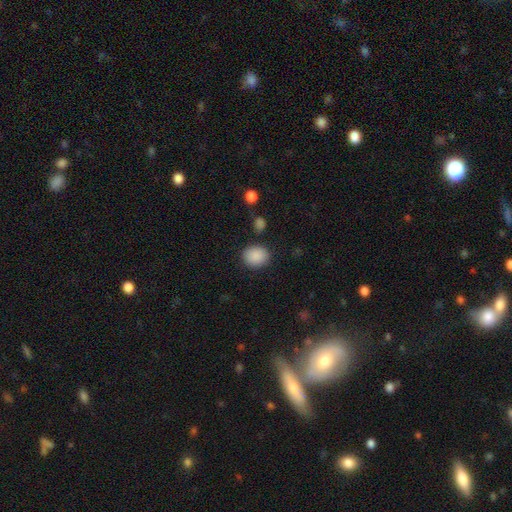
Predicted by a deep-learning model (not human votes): Overall: smooth (89%). How rounded: round (63%; in between 36%). Merging: none (85%).